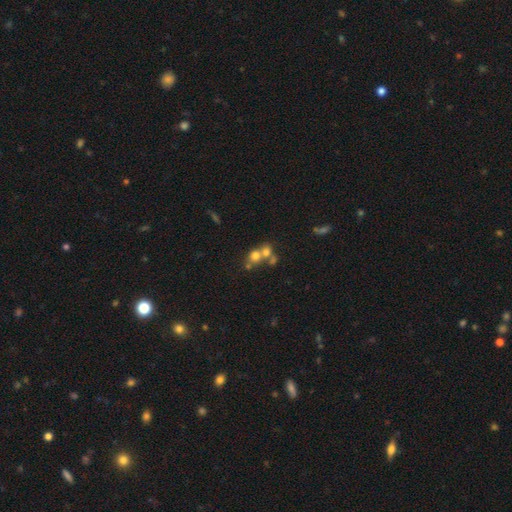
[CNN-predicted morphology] Overall: smooth (65%). How rounded: round (75%). Merging: merger (57%; none 32%).